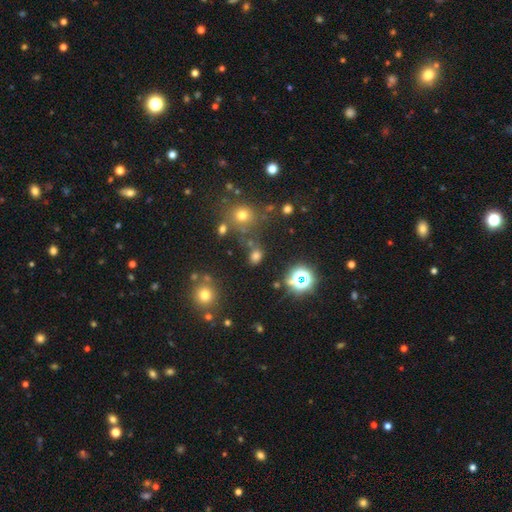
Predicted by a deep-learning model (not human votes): Smooth or featured? smooth (62%)
How rounded? in between (56%)
Merging? none (68%)